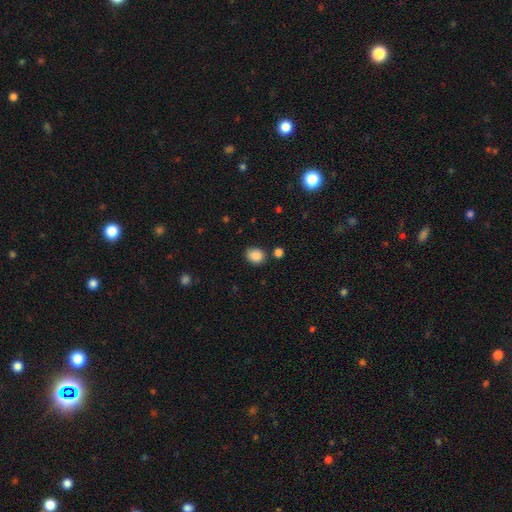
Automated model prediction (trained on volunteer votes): Morphology: type=smooth (87%); roundness=round (56%); merging=none (80%).